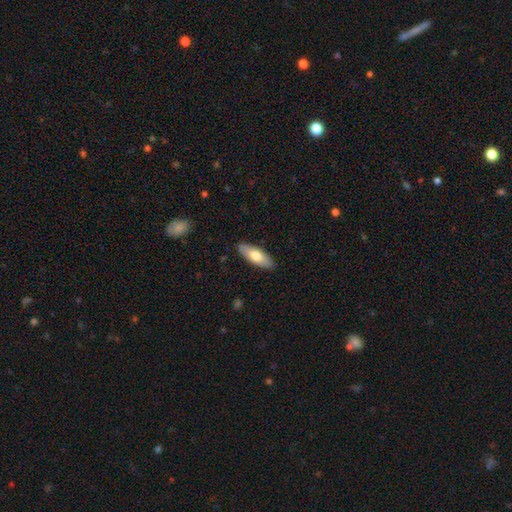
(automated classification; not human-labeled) Smooth or featured? Predicted: smooth (p=0.68). How rounded? Predicted: in between (p=0.72). Merging? Predicted: none (p=0.89).